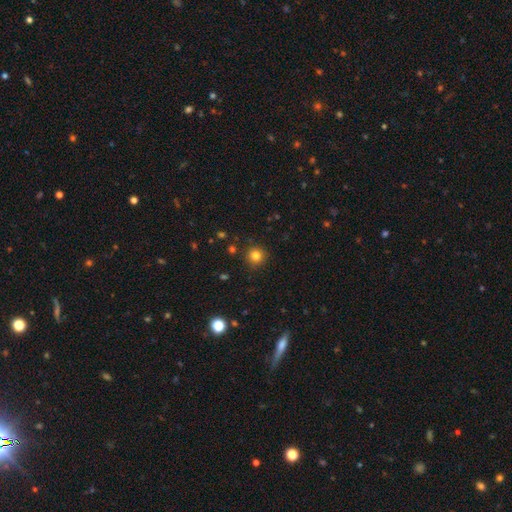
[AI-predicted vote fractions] A smooth galaxy with no disk features (81%) that is round (94%).

Vote fractions:
- Smooth or featured? smooth: 81% / star or artifact: 14% / featured or disk: 6%
- How rounded? round: 94% / in between: 5% / cigar-shaped: 1%
- Merging? none: 91% / minor disturbance: 6% / major disturbance: 2% / merger: 2%